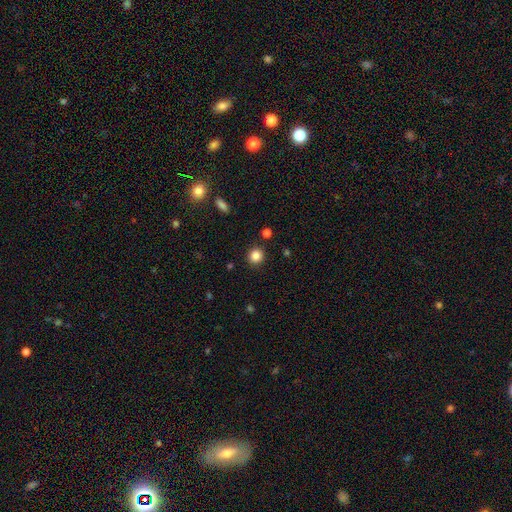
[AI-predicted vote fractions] smooth_or_featured: smooth (p=0.85) [alt: star or artifact p=0.11]
how_rounded: round (p=0.91) [alt: in between p=0.08]
merging: none (p=0.89) [alt: minor disturbance p=0.06]